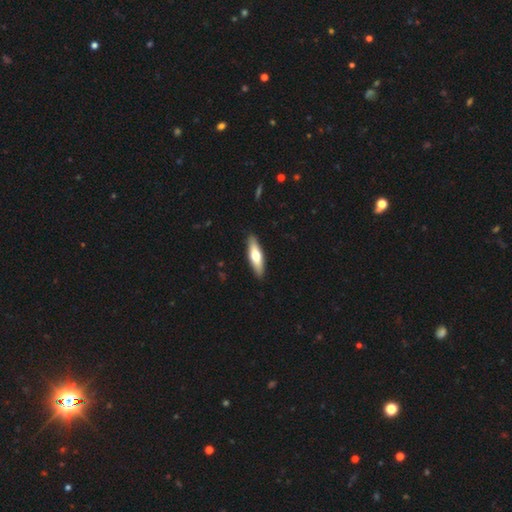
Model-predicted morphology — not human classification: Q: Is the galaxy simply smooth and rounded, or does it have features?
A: smooth — 54%.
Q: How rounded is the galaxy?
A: cigar-shaped — 63%.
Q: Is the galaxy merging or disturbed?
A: none — 91%.